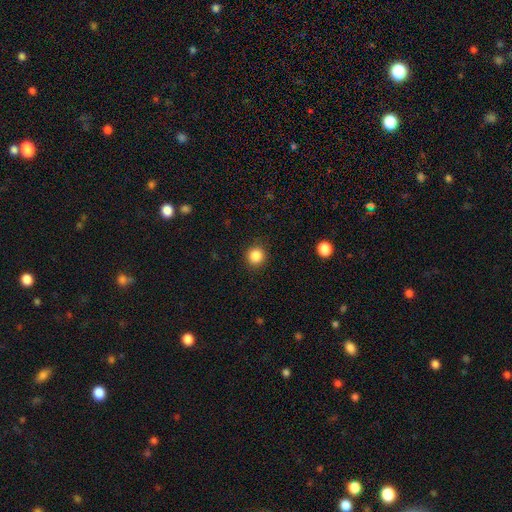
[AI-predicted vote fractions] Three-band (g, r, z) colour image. It shows a smooth galaxy with no disk features (85%) that is round (92%). Merging: none (91%).